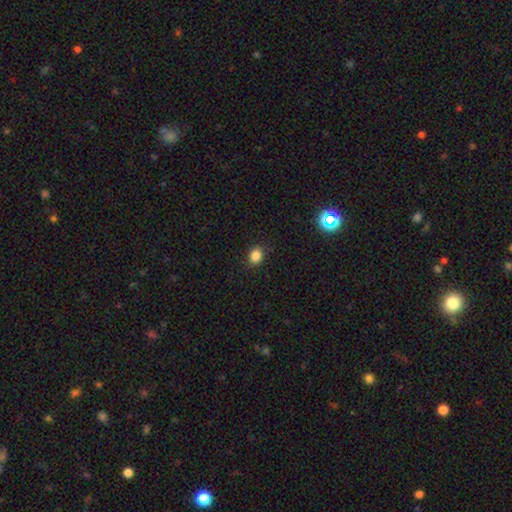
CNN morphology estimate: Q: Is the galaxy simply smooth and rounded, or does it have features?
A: smooth — 84%.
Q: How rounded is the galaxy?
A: round — 54%.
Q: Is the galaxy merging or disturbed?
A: none — 87%.